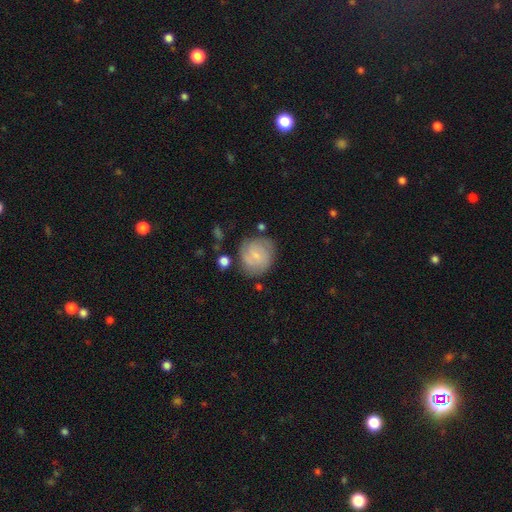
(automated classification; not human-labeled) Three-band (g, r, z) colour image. It shows a smooth galaxy with no disk features (51%) that is round (83%). Merging: none (69%).